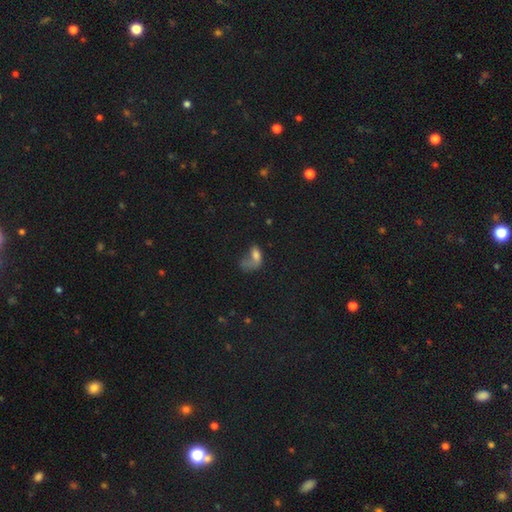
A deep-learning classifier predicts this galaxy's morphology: Smooth or featured? smooth (62%)
How rounded? in between (82%)
Merging? major disturbance (50%)